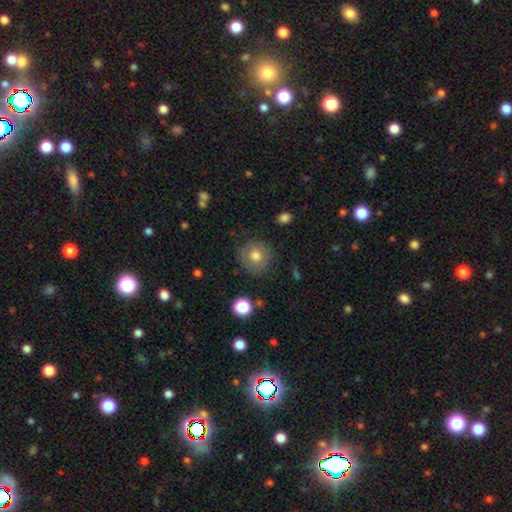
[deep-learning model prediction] Overall: smooth (68%). How rounded: round (93%). Merging: none (82%).